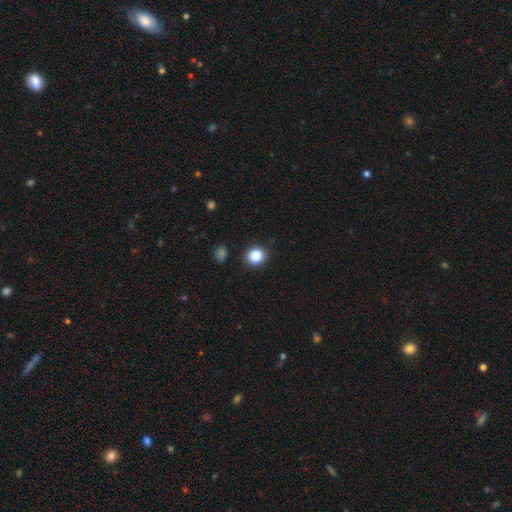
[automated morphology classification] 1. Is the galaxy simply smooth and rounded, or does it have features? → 86% smooth, 10% star or artifact, 4% featured or disk.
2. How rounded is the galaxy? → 77% round, 22% in between, 1% cigar-shaped.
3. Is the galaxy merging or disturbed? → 89% none, 7% minor disturbance, 2% major disturbance, 2% merger.